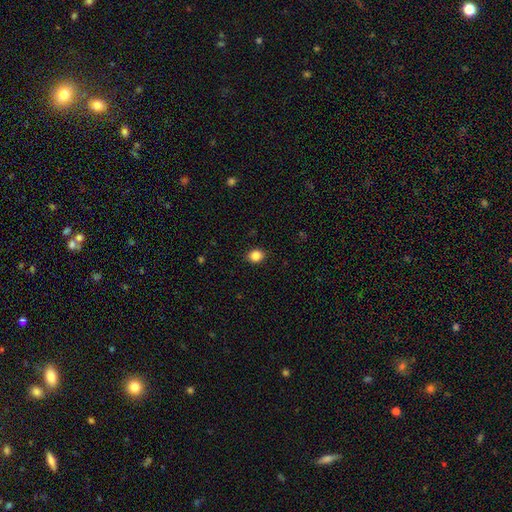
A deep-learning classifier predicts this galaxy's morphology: This is clearly a smooth galaxy (86%). How rounded: likely round (69%). Merging: clearly none (90%).